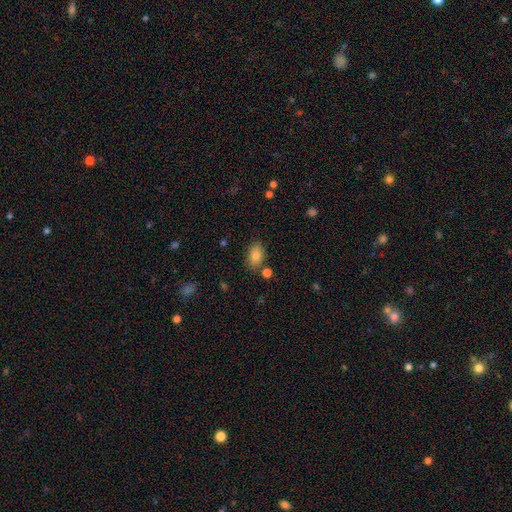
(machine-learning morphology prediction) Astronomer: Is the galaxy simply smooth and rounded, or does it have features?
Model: smooth — 84%.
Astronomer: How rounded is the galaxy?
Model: in between — 86%.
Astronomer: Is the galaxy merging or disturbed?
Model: none — 79%.